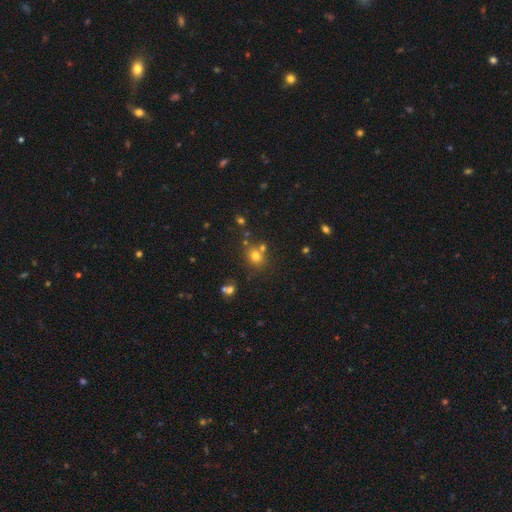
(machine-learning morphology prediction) smooth_or_featured: smooth (p=0.71) [alt: star or artifact p=0.19]
how_rounded: round (p=0.69) [alt: in between p=0.30]
merging: none (p=0.65) [alt: merger p=0.18]